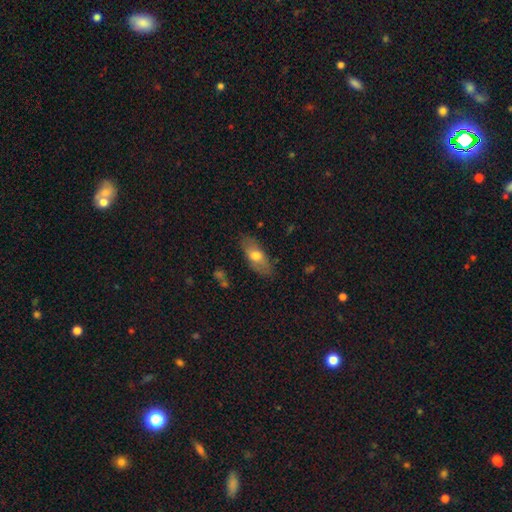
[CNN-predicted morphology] This is likely a smooth galaxy (65%). How rounded: clearly in between (82%). Merging: clearly none (80%).